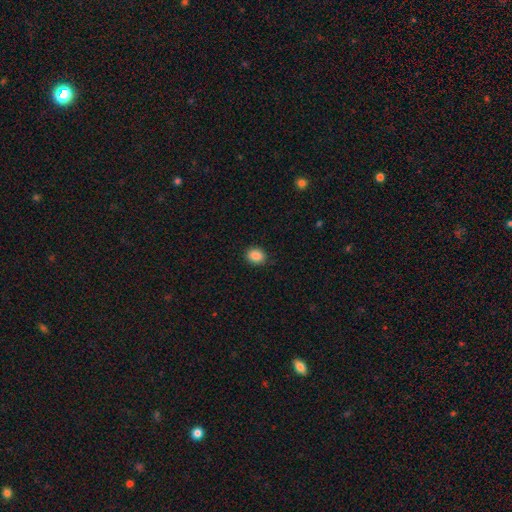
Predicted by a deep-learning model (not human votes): Overall: smooth (88%). How rounded: round (55%; in between 44%). Merging: none (88%).